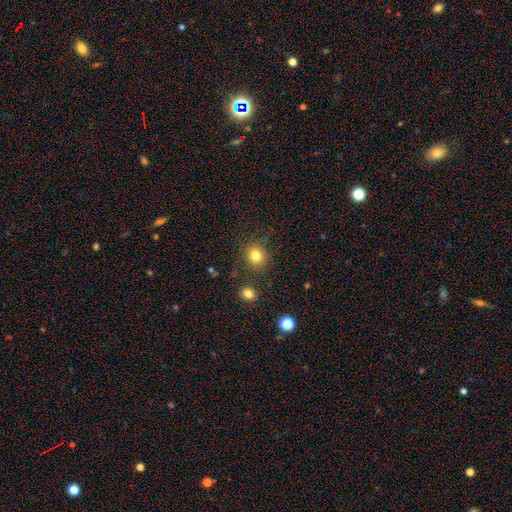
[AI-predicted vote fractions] smooth 81%, star or artifact 12%, featured or disk 7%. Down the decision tree: how rounded — round (82%); merging — none (84%).